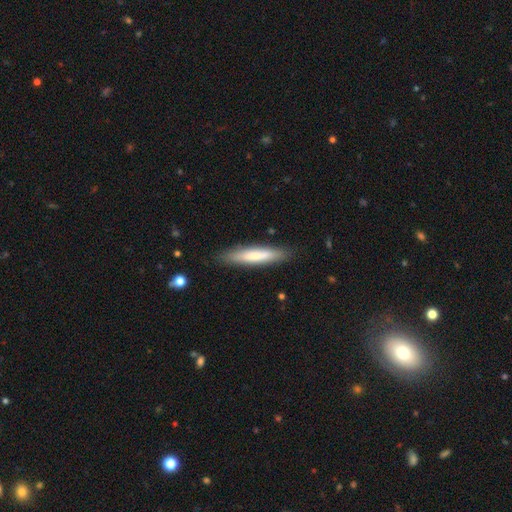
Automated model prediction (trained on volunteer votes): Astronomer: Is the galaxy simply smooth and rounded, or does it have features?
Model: smooth — 71%.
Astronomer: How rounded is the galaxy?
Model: cigar-shaped — 86%.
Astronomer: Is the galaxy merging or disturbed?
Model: none — 87%.